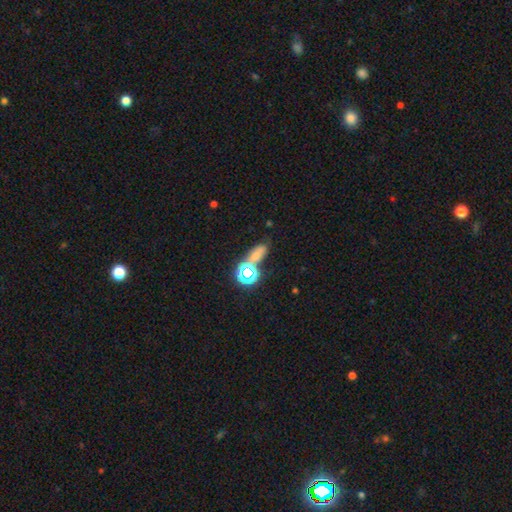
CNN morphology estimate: Smooth or featured: smooth — 58% (star or artifact — 31%)
How rounded: in between — 65% (round — 21%)
Merging: none — 49% (merger — 28%)